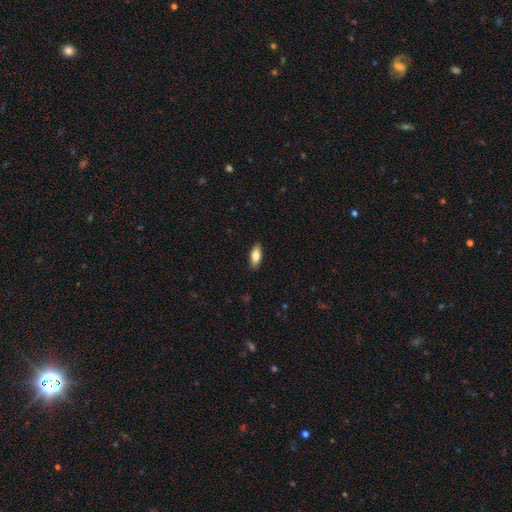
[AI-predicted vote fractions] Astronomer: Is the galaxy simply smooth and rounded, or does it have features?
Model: smooth — 77%.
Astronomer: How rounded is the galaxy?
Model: in between — 79%.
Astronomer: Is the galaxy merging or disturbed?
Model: none — 89%.